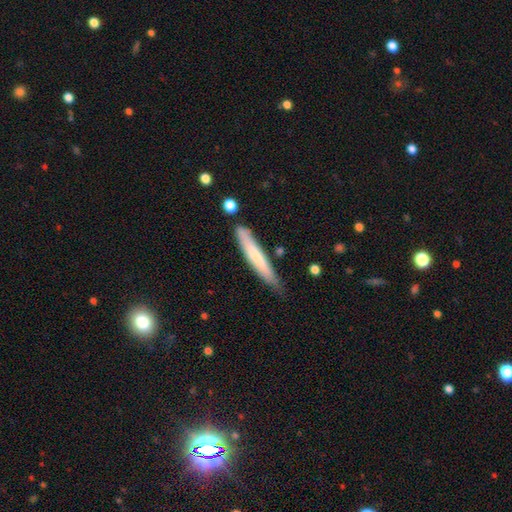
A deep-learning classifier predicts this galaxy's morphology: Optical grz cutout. It shows a smooth galaxy with no disk features (66%) that is cigar-shaped (93%). Merging: none (74%).